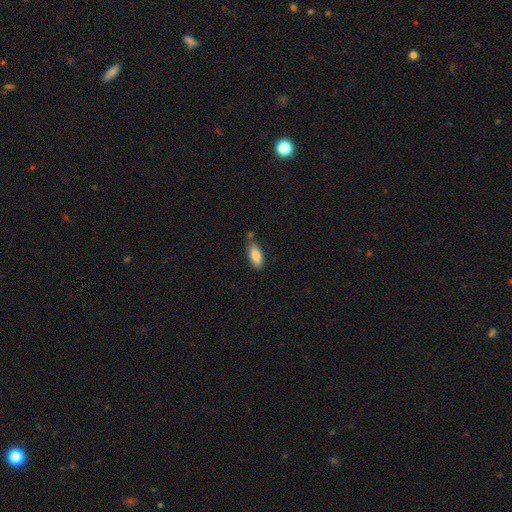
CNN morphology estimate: type=smooth (85%); roundness=in between (85%); merging=none (69%).